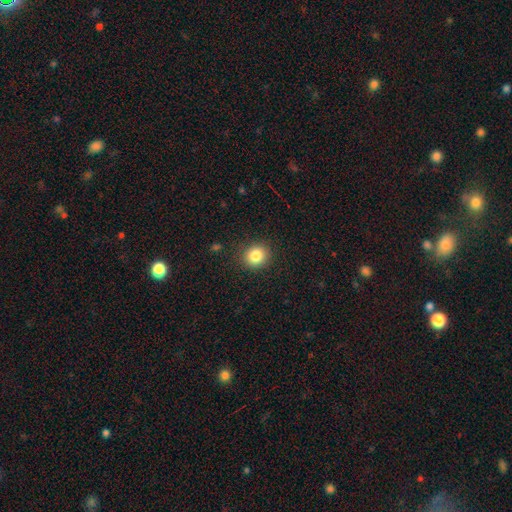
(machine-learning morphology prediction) Smooth or featured: smooth — 84% (star or artifact — 10%)
How rounded: round — 82% (in between — 18%)
Merging: none — 89% (minor disturbance — 8%)